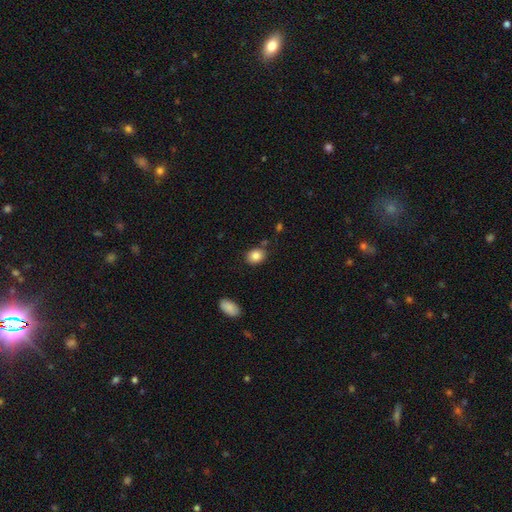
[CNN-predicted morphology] Smooth or featured? Predicted: smooth (p=0.85). How rounded? Predicted: round (p=0.51). Merging? Predicted: none (p=0.78).